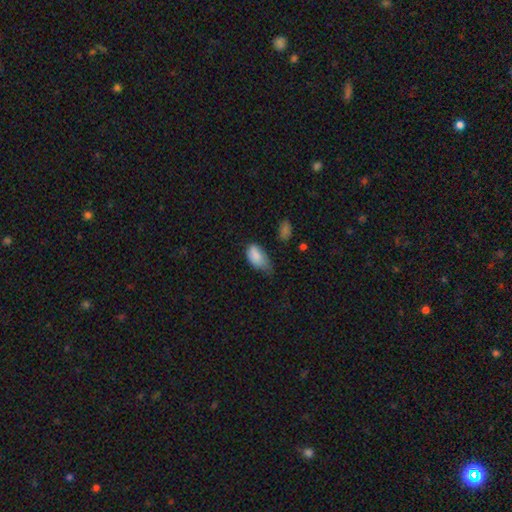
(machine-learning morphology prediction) A smooth galaxy with no disk features (83%) that is in between round and cigar-shaped (92%). Merging: minor disturbance (51%).